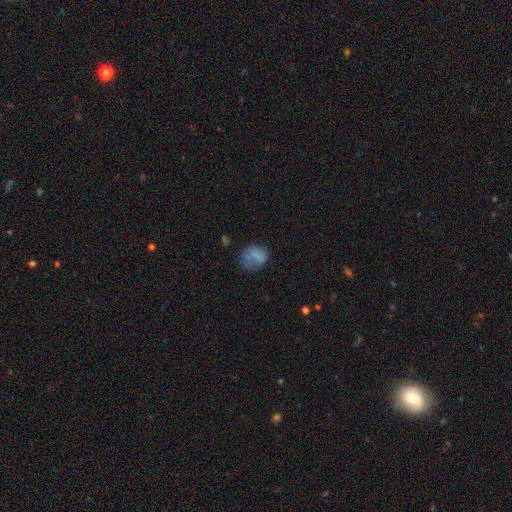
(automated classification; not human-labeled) Overall: smooth (72%). How rounded: round (55%; in between 44%). Merging: none (48%; minor disturbance 27%).